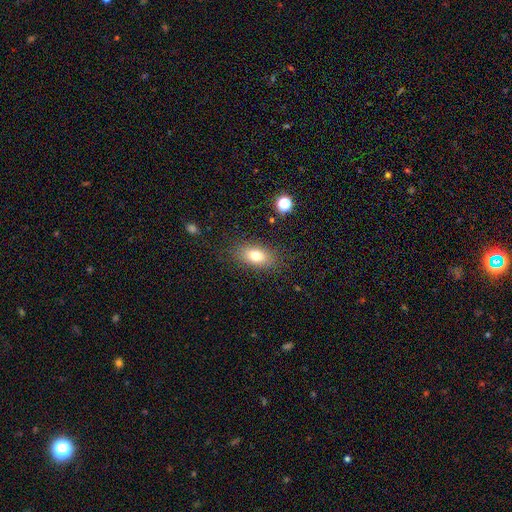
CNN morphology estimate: Smooth or featured?
  - smooth: 76% *
  - featured or disk: 14%
  - star or artifact: 11%
How rounded?
  - in between: 84% *
  - round: 10%
  - cigar-shaped: 6%
Merging?
  - none: 84% *
  - minor disturbance: 11%
  - major disturbance: 4%
  - merger: 1%